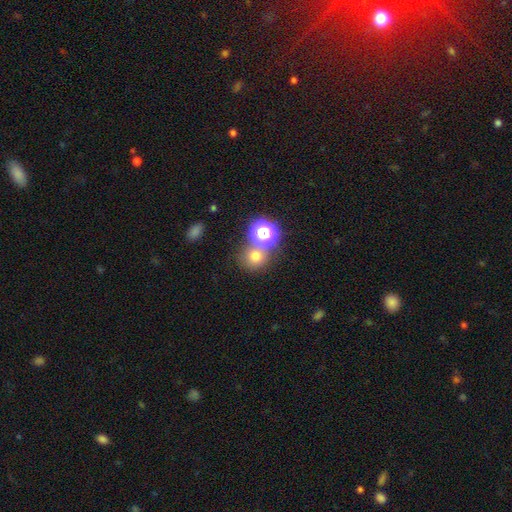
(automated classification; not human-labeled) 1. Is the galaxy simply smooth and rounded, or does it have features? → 69% smooth, 22% star or artifact, 9% featured or disk.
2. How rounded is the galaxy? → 85% round, 14% in between, 1% cigar-shaped.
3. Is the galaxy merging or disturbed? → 62% none, 25% merger, 9% minor disturbance, 4% major disturbance.